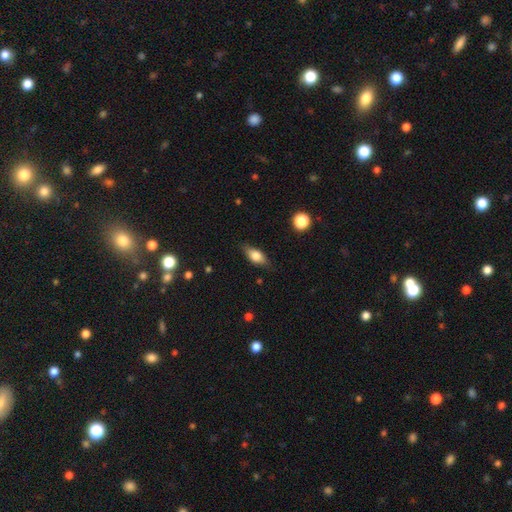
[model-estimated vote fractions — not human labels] The model was most divided on "smooth or featured": smooth: 71%, featured or disk: 22%, star or artifact: 7%. More confident: merging — none (81%); how rounded — in between (80%).